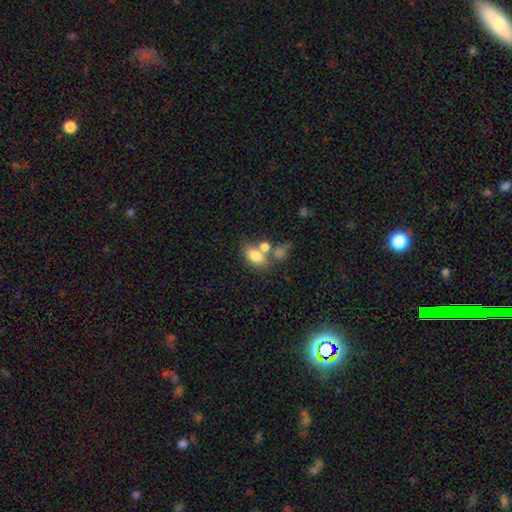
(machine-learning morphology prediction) This appears to be a smooth galaxy with no disk features (76%) that is in between round and cigar-shaped (82%). Merging: merger (41%).